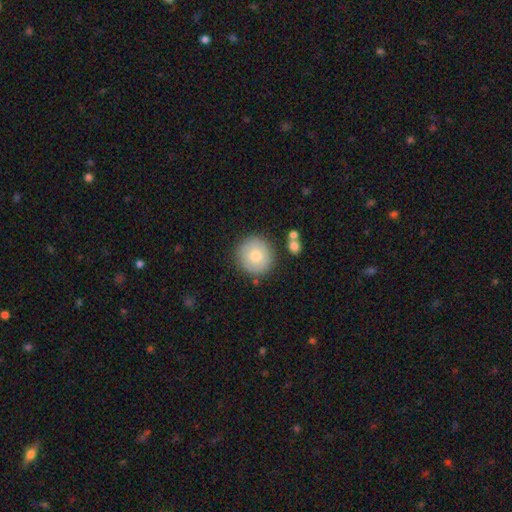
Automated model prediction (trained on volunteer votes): Overall: smooth (75%). How rounded: round (94%). Merging: none (86%).